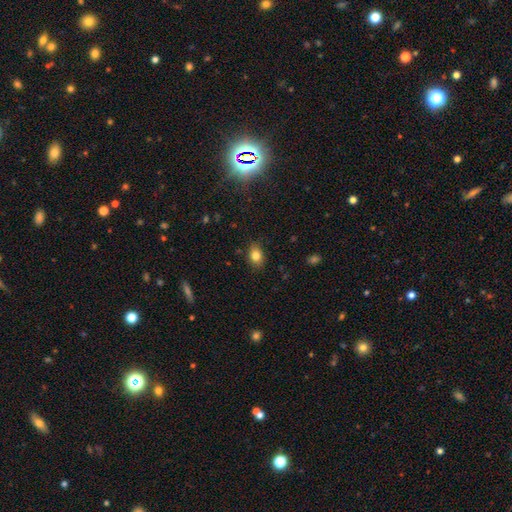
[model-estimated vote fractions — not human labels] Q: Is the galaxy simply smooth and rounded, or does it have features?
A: smooth — 82%.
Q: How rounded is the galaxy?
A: in between — 69%.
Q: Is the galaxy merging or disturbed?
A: none — 83%.